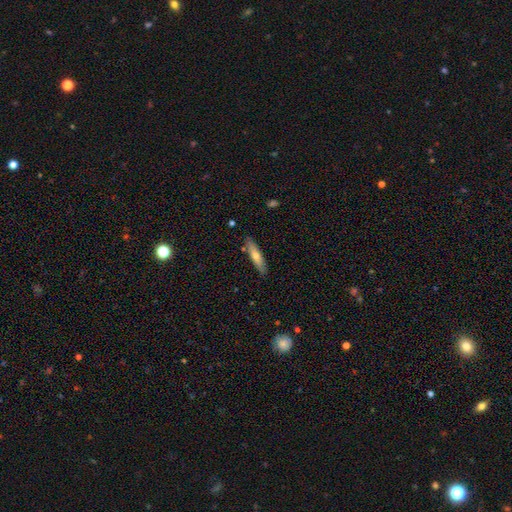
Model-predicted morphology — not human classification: type=smooth (59%); roundness=cigar-shaped (78%); merging=none (86%).